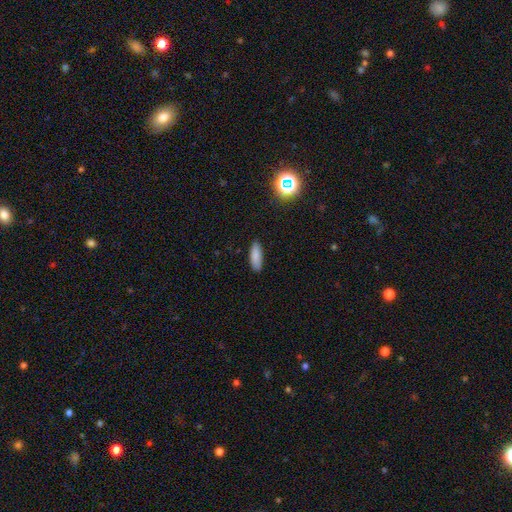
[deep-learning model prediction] Smooth or featured?
  - smooth: 86% *
  - star or artifact: 8%
  - featured or disk: 6%
How rounded?
  - in between: 57% *
  - cigar-shaped: 41%
  - round: 2%
Merging?
  - none: 88% *
  - minor disturbance: 9%
  - major disturbance: 2%
  - merger: 1%